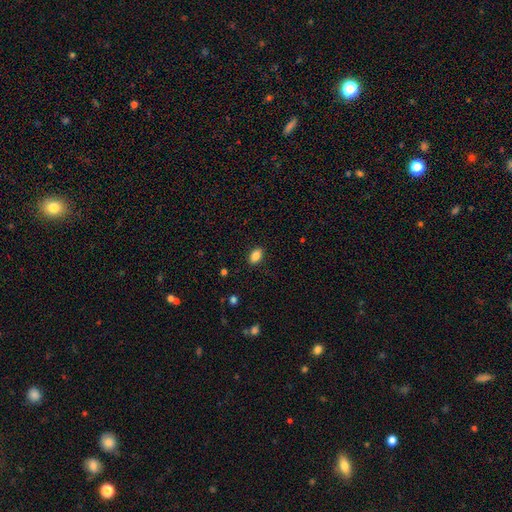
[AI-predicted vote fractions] smooth 86%, star or artifact 9%, featured or disk 5%. Down the decision tree: how rounded — in between (88%); merging — none (88%).